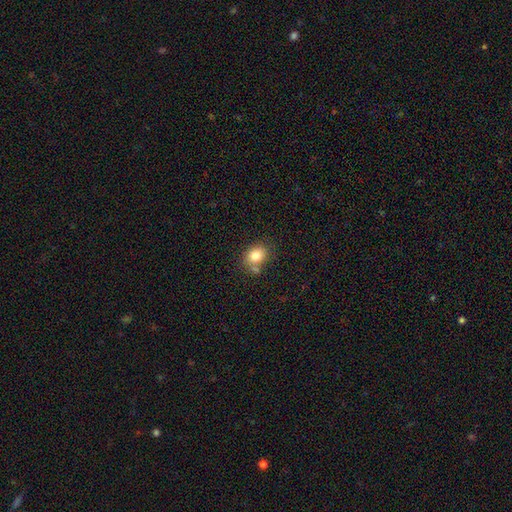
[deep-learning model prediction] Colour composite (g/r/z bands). It shows a smooth galaxy with no disk features (82%) that is in between round and cigar-shaped (56%). Merging: none (61%).